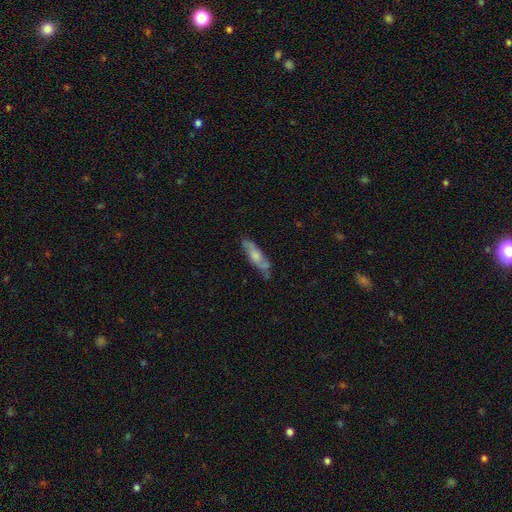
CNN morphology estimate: type=smooth (51%); roundness=cigar-shaped (66%); merging=none (65%).